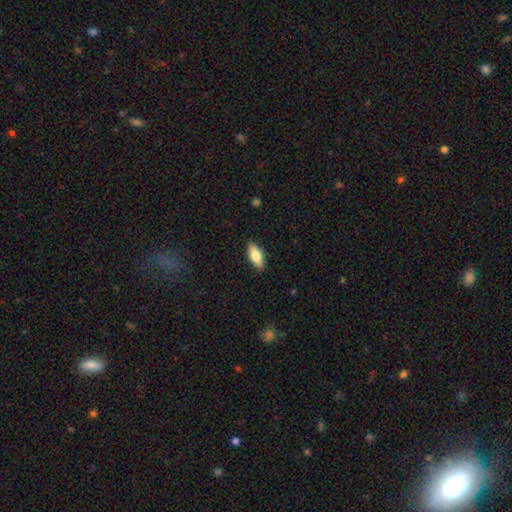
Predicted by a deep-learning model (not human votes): This appears to be a smooth galaxy with no disk features (71%) that is in between round and cigar-shaped (76%). Merging: none (88%).